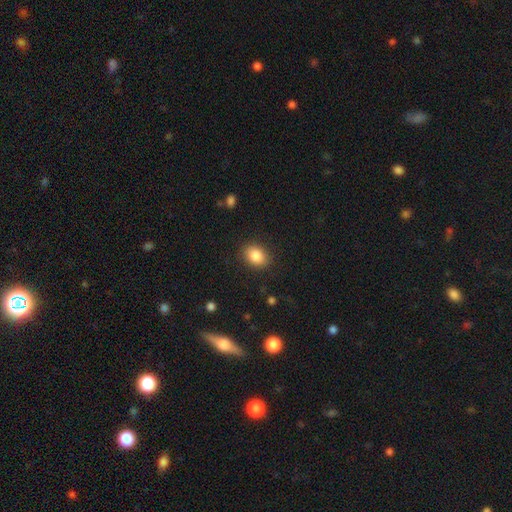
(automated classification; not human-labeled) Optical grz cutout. It shows a smooth galaxy with no disk features (85%) that is in between round and cigar-shaped (64%). Merging: none (87%).